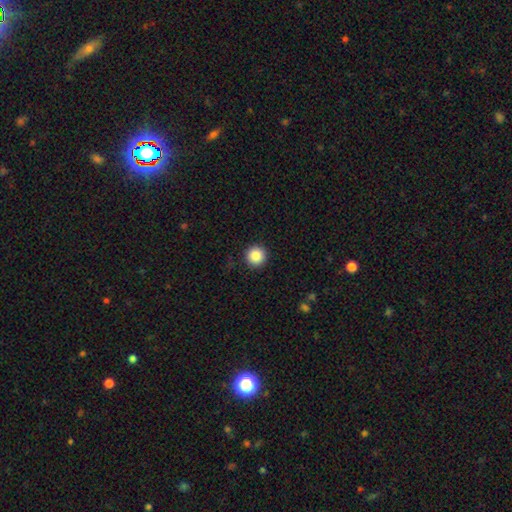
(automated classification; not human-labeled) This appears to be a smooth galaxy with no disk features (87%) that is round (96%). Merging: none (92%).